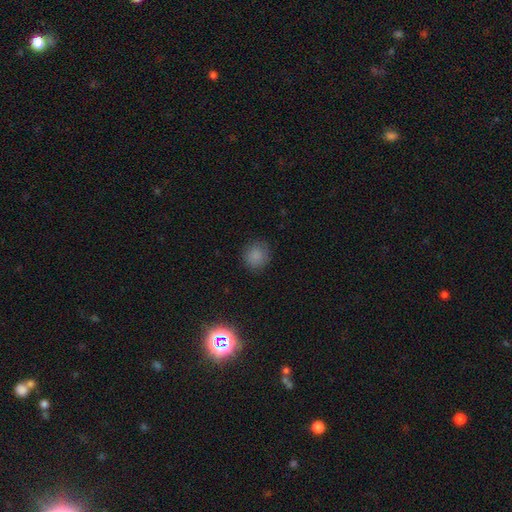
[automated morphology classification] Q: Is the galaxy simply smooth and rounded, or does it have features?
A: smooth — 85%.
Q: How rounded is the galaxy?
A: round — 85%.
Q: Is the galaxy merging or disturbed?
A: none — 85%.